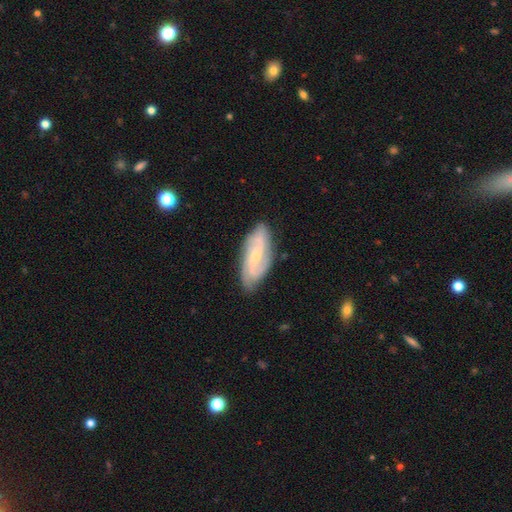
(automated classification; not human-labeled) Smooth or featured? Predicted: featured or disk (p=0.76). Edge-on disk? Predicted: no (p=0.92). Bar? Predicted: weak (p=0.50). Spiral arms? Predicted: yes (p=0.94). Spiral winding? Predicted: medium (p=0.43). Spiral arm count? Predicted: 2 (p=0.48). Bulge size? Predicted: small (p=0.61). Merging? Predicted: none (p=0.80).